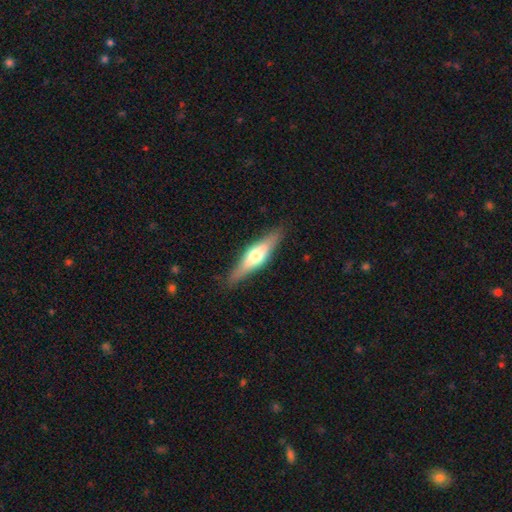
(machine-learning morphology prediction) This appears to be a featured or disk galaxy (54%) viewed edge-on (91%). Merging: none (86%).